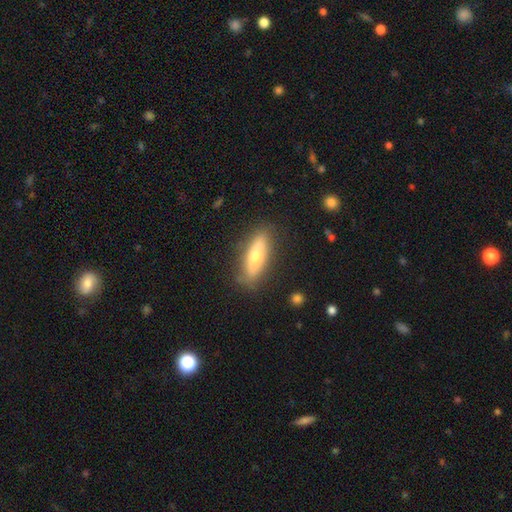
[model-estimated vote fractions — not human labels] Smooth or featured? Predicted: smooth (p=0.59). How rounded? Predicted: cigar-shaped (p=0.54). Merging? Predicted: none (p=0.83).